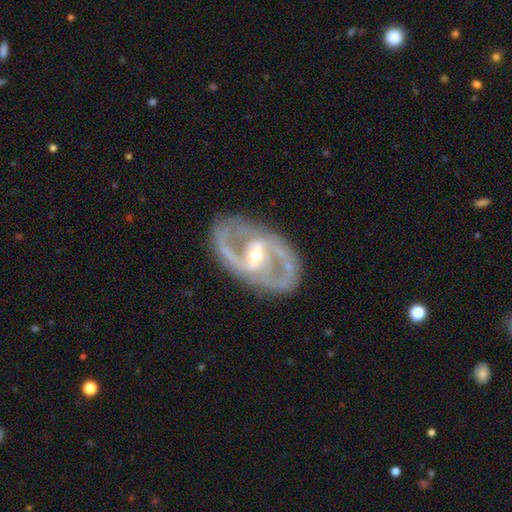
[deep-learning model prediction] A featured or disk galaxy (92%) with a strong bar (51%), 2 (91%) medium (58%) spiral arms (95%) and a moderate central bulge (52%). Merging: none (80%).